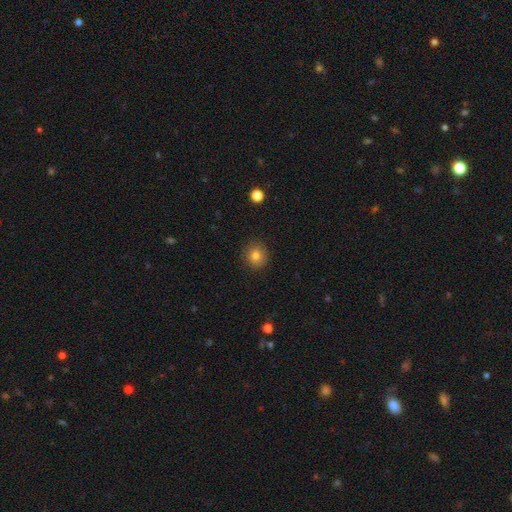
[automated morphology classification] A smooth galaxy with no disk features (80%) that is round (89%). Merging: none (90%).